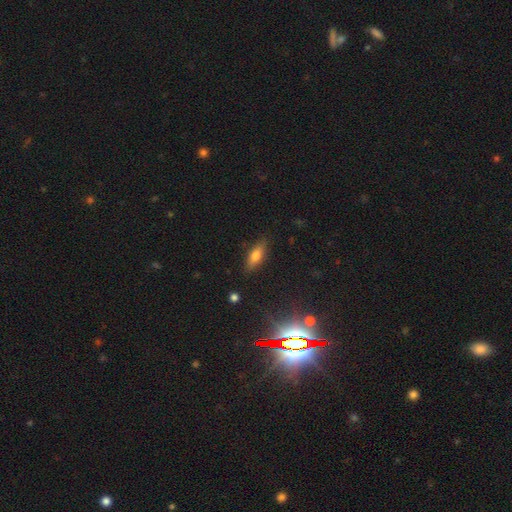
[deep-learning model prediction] smooth-or-featured: smooth: 68% | featured or disk: 22% | star or artifact: 9%
  how-rounded: in between: 62% | cigar-shaped: 34% | round: 3%
  merging: none: 85% | minor disturbance: 11% | major disturbance: 3% | merger: 1%